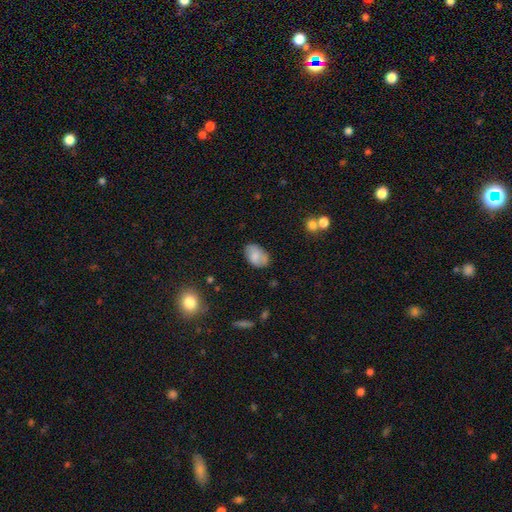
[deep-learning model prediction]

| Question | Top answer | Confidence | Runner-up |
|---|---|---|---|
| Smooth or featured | smooth | 79% | featured or disk (14%) |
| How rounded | in between | 88% | round (10%) |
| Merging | none | 76% | minor disturbance (18%) |